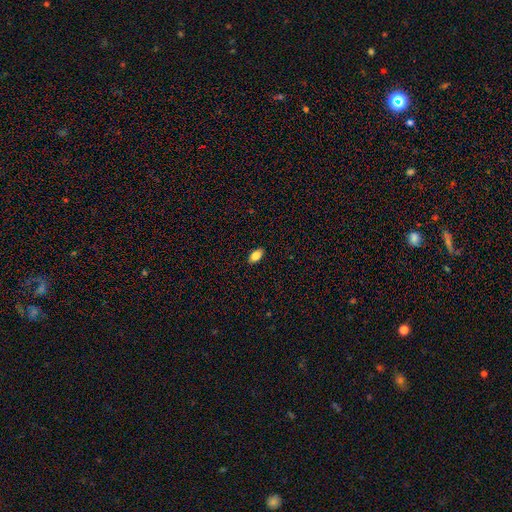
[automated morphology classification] Overall: smooth (84%). How rounded: in between (91%). Merging: none (89%).